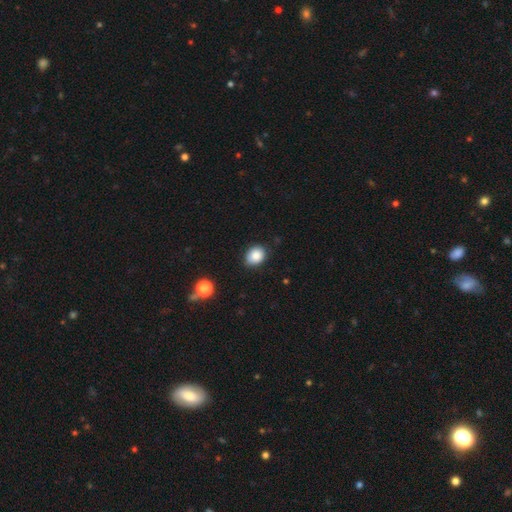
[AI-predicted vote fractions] This appears to be a smooth galaxy with no disk features (86%) that is in between round and cigar-shaped (55%). Merging: none (81%).